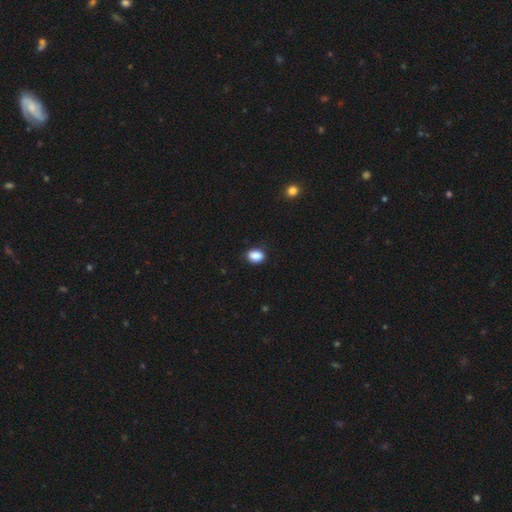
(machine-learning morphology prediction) type=smooth (88%); roundness=in between (69%); merging=none (84%).